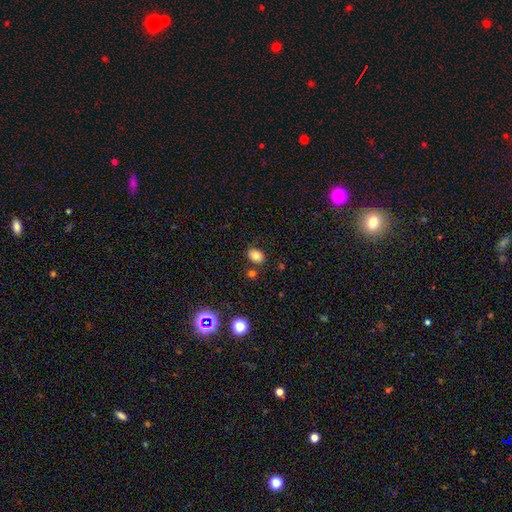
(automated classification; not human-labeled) smooth 79%, star or artifact 12%, featured or disk 9%. Down the decision tree: how rounded — in between (76%); merging — none (76%).